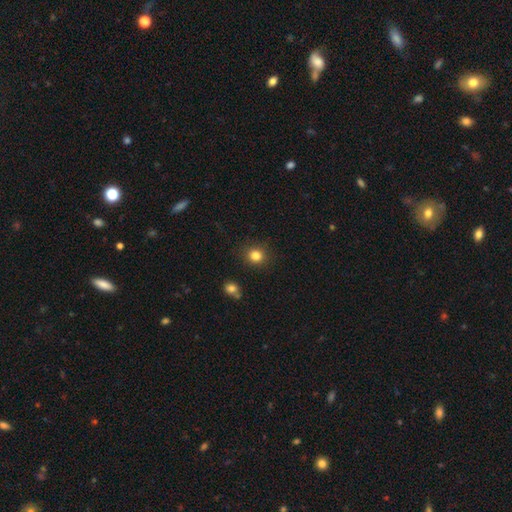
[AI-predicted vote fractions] This appears to be a smooth galaxy with no disk features (83%) that is round (84%). Merging: none (88%).